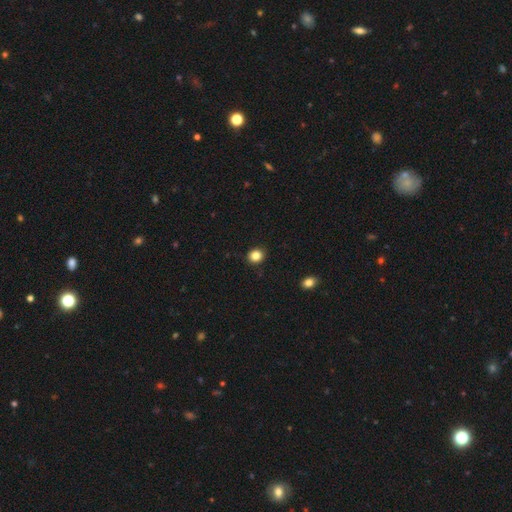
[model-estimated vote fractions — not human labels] A smooth galaxy with no disk features (85%) that is round (81%). Merging: none (91%).